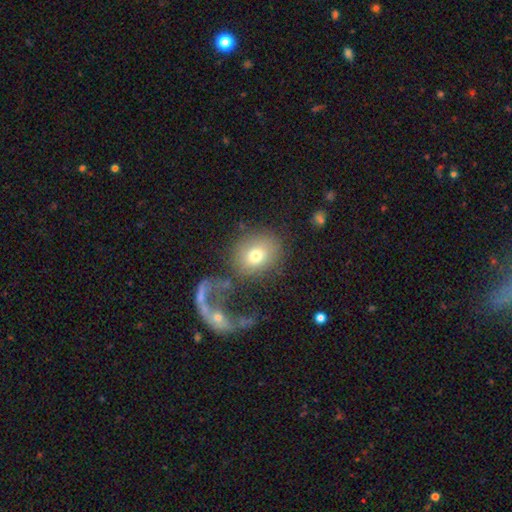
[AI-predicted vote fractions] Smooth or featured? smooth (72%)
How rounded? round (66%)
Merging? none (63%)